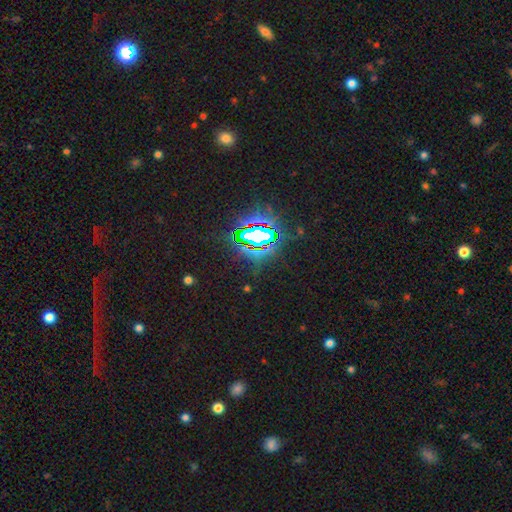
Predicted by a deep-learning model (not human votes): A star or artifact, not a galaxy (83%).

Vote fractions:
- Smooth or featured? star or artifact: 83% / smooth: 10% / featured or disk: 7%